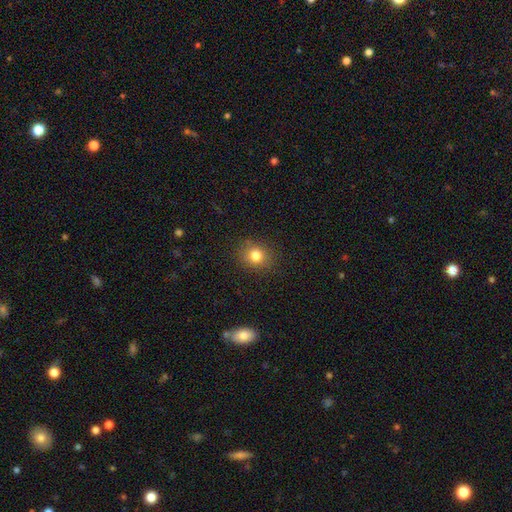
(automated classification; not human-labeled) Smooth or featured? smooth (80%)
How rounded? round (78%)
Merging? none (87%)